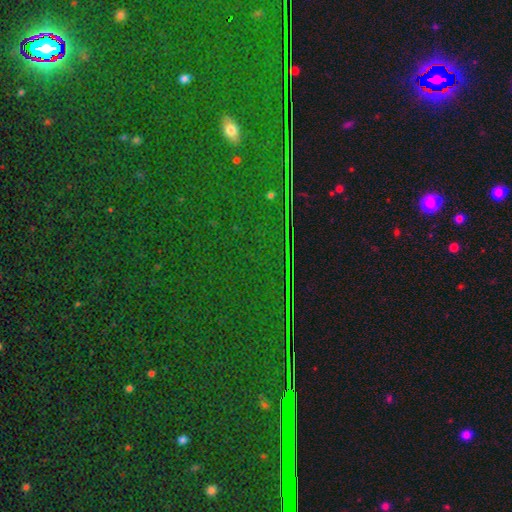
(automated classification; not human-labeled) star or artifact 87%, smooth 7%, featured or disk 6%.